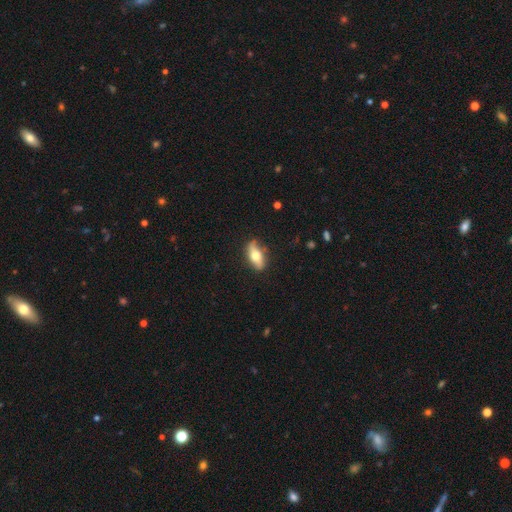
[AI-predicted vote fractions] The model was most divided on "smooth or featured": smooth: 61%, featured or disk: 33%, star or artifact: 6%. More confident: merging — none (79%); how rounded — in between (76%).